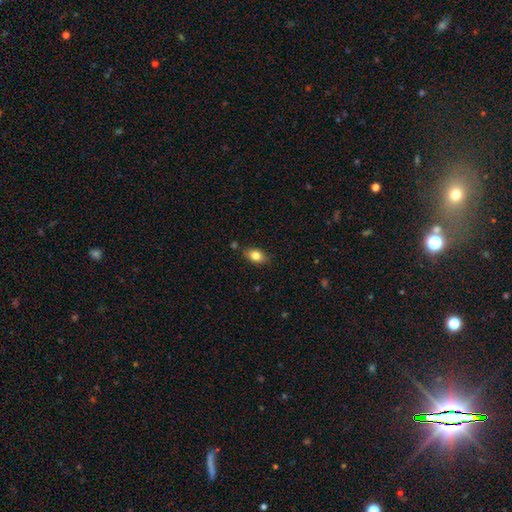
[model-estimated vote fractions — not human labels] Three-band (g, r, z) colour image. It shows a smooth galaxy with no disk features (82%) that is in between round and cigar-shaped (85%). Merging: none (82%).